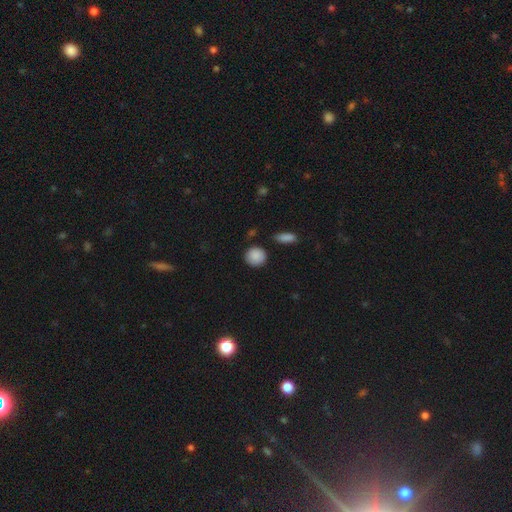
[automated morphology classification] Smooth or featured? Predicted: smooth (p=0.89). How rounded? Predicted: round (p=0.88). Merging? Predicted: none (p=0.84).